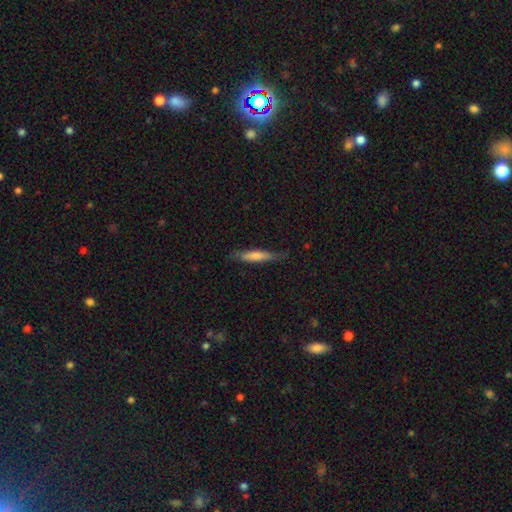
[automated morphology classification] A smooth galaxy with no disk features (53%) that is cigar-shaped (91%).

Vote fractions:
- Smooth or featured? smooth: 53% / featured or disk: 40% / star or artifact: 7%
- How rounded? cigar-shaped: 91% / in between: 8% / round: 2%
- Merging? none: 82% / minor disturbance: 14% / major disturbance: 3% / merger: 1%